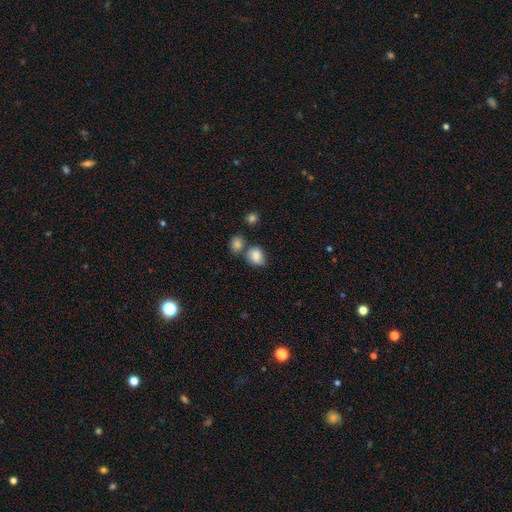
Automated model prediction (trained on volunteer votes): The model was most divided on "how rounded": in between: 50%, round: 49%, cigar-shaped: 1%. More confident: smooth or featured — smooth (82%); merging — none (51%).